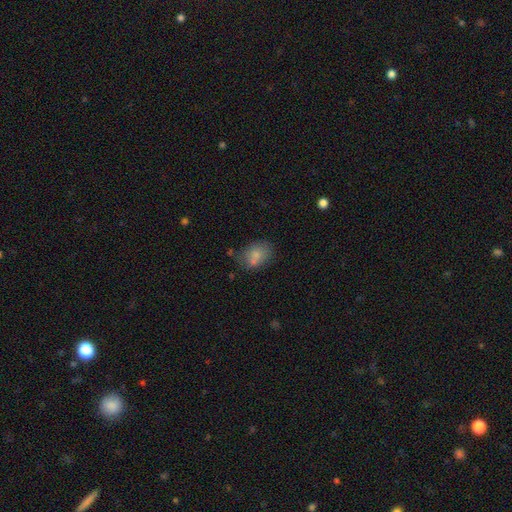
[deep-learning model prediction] The model was most divided on "merging": none: 54%, minor disturbance: 20%, merger: 19%, major disturbance: 7%. More confident: smooth or featured — smooth (77%); how rounded — in between (72%).